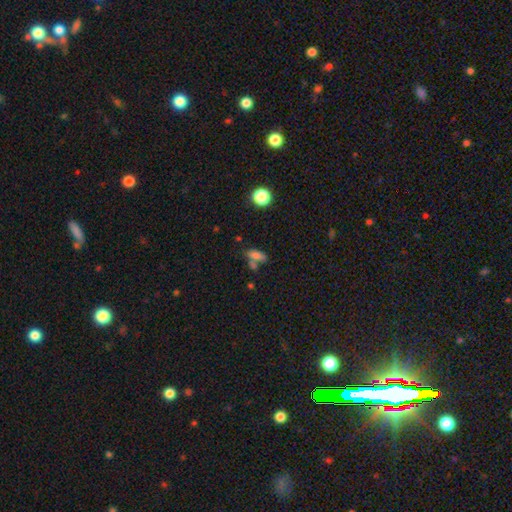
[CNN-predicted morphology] smooth 77%, star or artifact 12%, featured or disk 11%. Down the decision tree: how rounded — in between (74%); merging — none (49%).